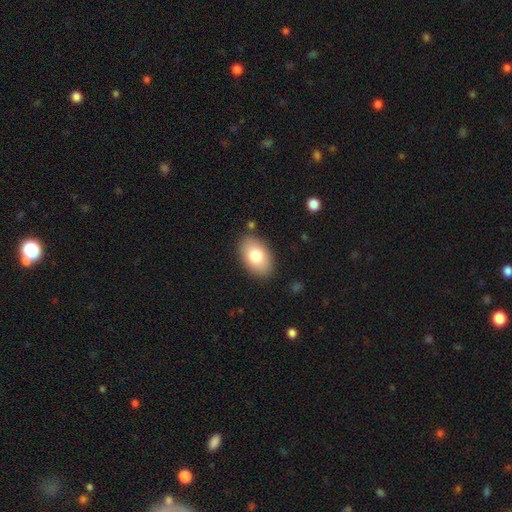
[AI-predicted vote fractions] This is likely a smooth galaxy (78%). How rounded: clearly in between (92%). Merging: clearly none (86%).